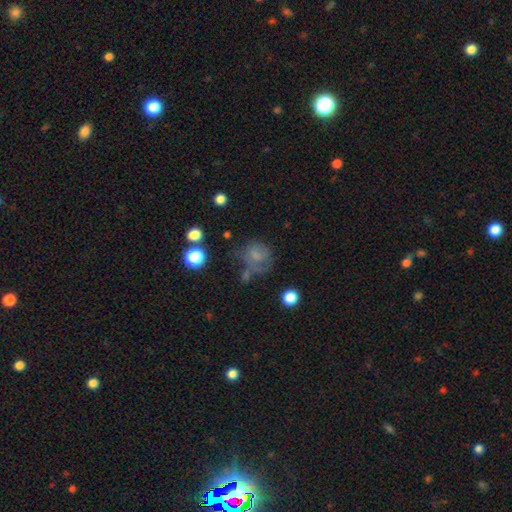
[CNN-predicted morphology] smooth-or-featured: smooth: 62% | featured or disk: 24% | star or artifact: 15%
  how-rounded: round: 68% | in between: 30% | cigar-shaped: 1%
  merging: none: 39% | major disturbance: 28% | minor disturbance: 24% | merger: 9%